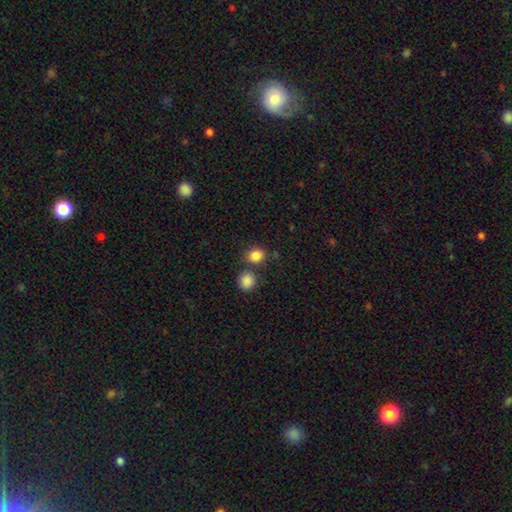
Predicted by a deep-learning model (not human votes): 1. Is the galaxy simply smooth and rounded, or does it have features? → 85% smooth, 11% star or artifact, 4% featured or disk.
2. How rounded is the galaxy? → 72% round, 27% in between, 1% cigar-shaped.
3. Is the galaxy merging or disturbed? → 70% none, 17% merger, 10% minor disturbance, 3% major disturbance.